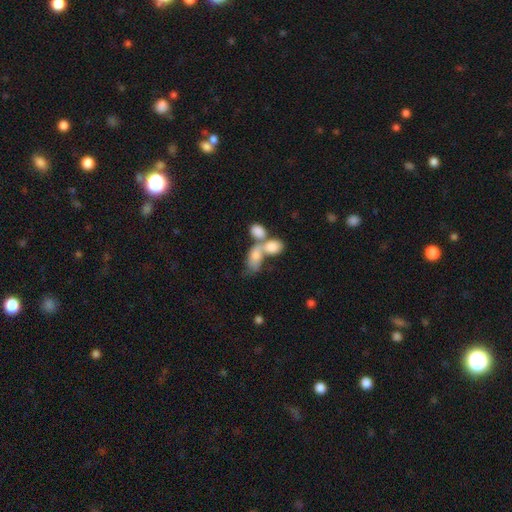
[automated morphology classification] Smooth or featured? Predicted: smooth (p=0.72). How rounded? Predicted: in between (p=0.85). Merging? Predicted: merger (p=0.68).